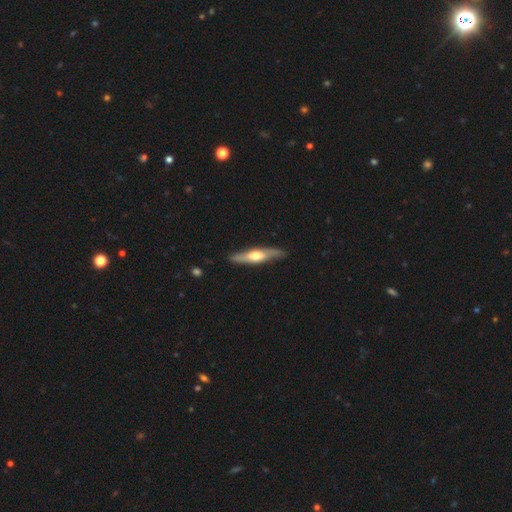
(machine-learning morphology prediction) type=featured or disk (58%); edge-on=yes (84%); merging=none (84%).